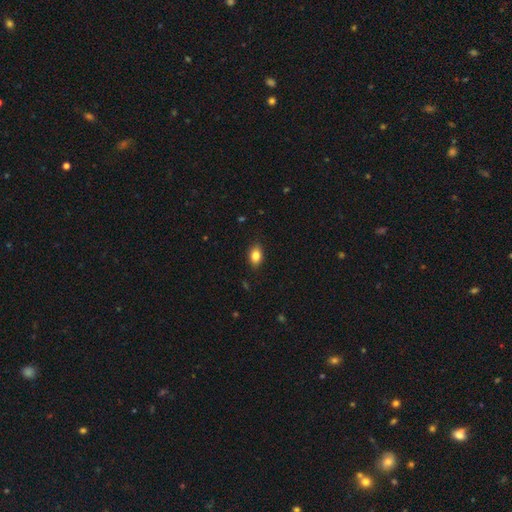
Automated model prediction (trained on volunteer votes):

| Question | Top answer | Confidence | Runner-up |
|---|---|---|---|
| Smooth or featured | smooth | 83% | star or artifact (9%) |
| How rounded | in between | 82% | round (16%) |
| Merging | none | 87% | minor disturbance (10%) |